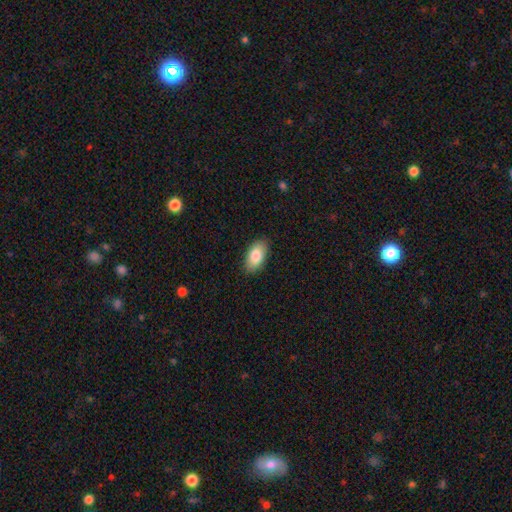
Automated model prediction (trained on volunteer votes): The model was most divided on "smooth or featured": smooth: 84%, featured or disk: 10%, star or artifact: 6%. More confident: how rounded — in between (94%); merging — none (87%).